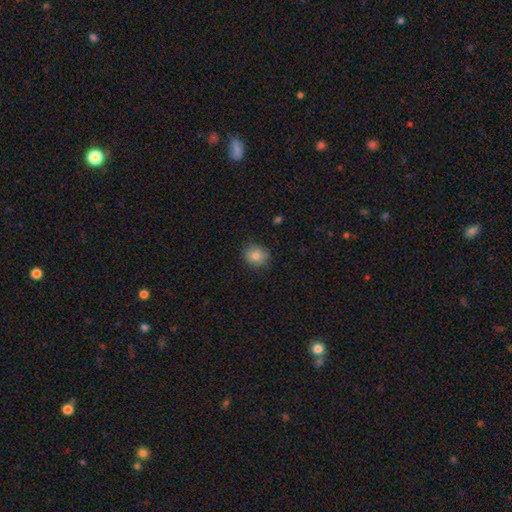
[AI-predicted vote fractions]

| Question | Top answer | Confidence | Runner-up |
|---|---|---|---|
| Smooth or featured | smooth | 83% | star or artifact (10%) |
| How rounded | round | 71% | in between (29%) |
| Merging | none | 86% | minor disturbance (11%) |